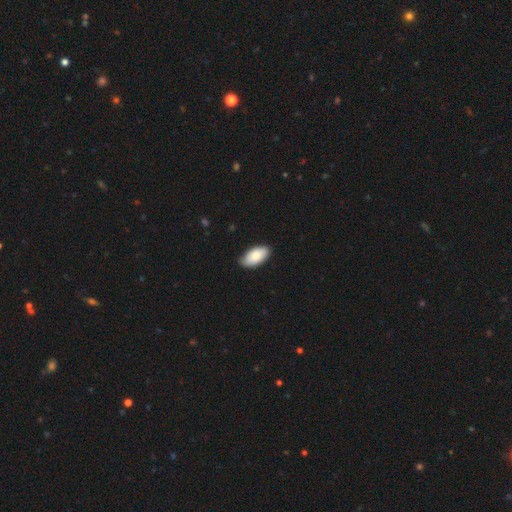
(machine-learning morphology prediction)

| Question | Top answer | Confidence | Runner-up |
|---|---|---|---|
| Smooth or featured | smooth | 84% | featured or disk (10%) |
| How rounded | in between | 95% | cigar-shaped (3%) |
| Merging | none | 83% | minor disturbance (14%) |